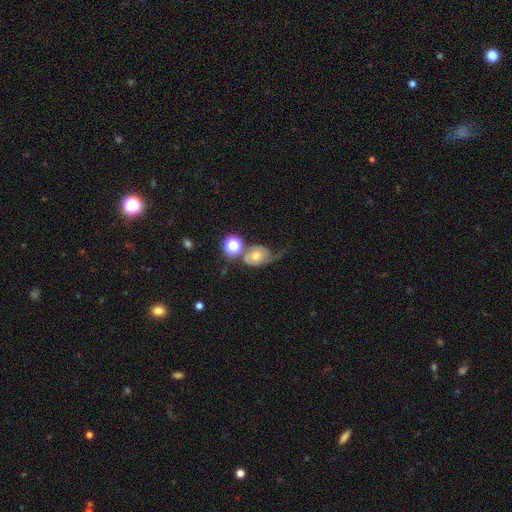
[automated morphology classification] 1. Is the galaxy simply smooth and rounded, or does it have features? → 48% featured or disk, 38% smooth, 14% star or artifact.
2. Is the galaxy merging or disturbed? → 29% none (tied), 29% major disturbance (tied), 22% minor disturbance, 20% merger.